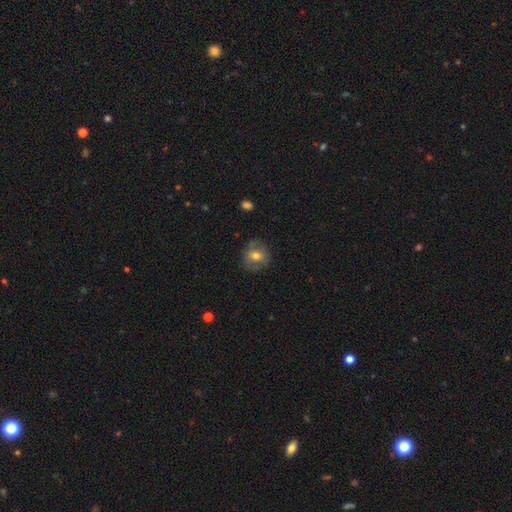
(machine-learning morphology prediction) smooth_or_featured: smooth (p=0.61) [alt: featured or disk p=0.30]
how_rounded: round (p=0.79) [alt: in between p=0.20]
merging: none (p=0.76) [alt: minor disturbance p=0.17]